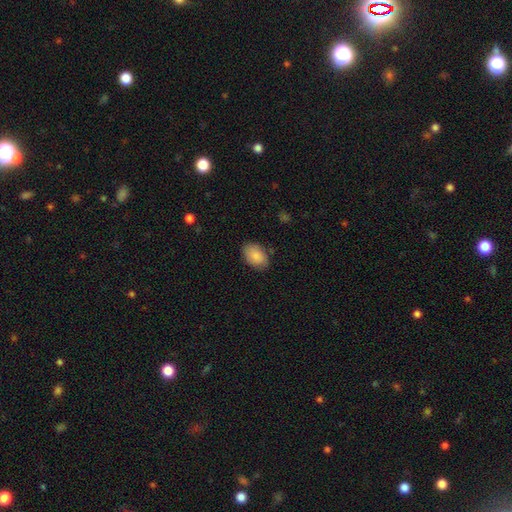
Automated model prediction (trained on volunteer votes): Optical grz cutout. It shows a smooth galaxy with no disk features (87%) that is in between round and cigar-shaped (88%). Merging: none (83%).